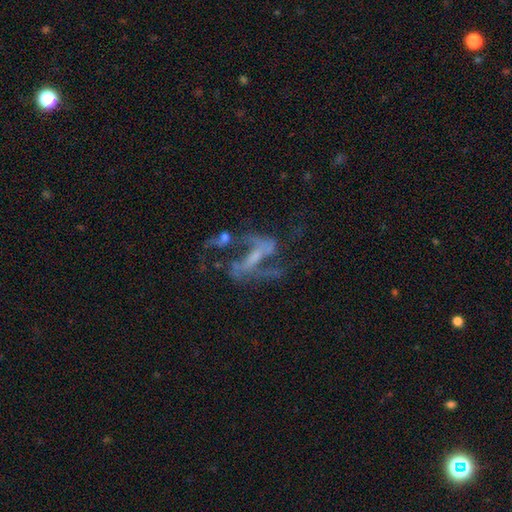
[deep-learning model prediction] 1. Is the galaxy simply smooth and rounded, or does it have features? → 78% featured or disk, 13% star or artifact, 9% smooth.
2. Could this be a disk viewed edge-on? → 93% no, 7% yes.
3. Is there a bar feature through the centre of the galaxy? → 40% strong, 34% weak, 26% no.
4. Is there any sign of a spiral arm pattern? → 78% yes, 22% no.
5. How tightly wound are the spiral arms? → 62% loose, 30% medium, 9% tight.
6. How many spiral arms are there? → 72% 2, 12% can't tell, 6% 1, 6% 3, 2% 4, 2% more than 4.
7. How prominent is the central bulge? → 38% small, 36% none, 21% moderate, 3% large, 1% dominant.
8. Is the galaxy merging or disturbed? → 37% none, 32% major disturbance, 16% merger, 14% minor disturbance.